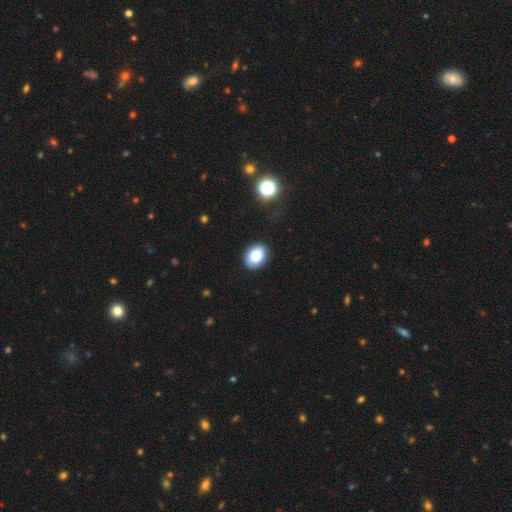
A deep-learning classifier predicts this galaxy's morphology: Smooth or featured: smooth — 84% (star or artifact — 9%)
How rounded: in between — 73% (round — 26%)
Merging: none — 87% (minor disturbance — 10%)